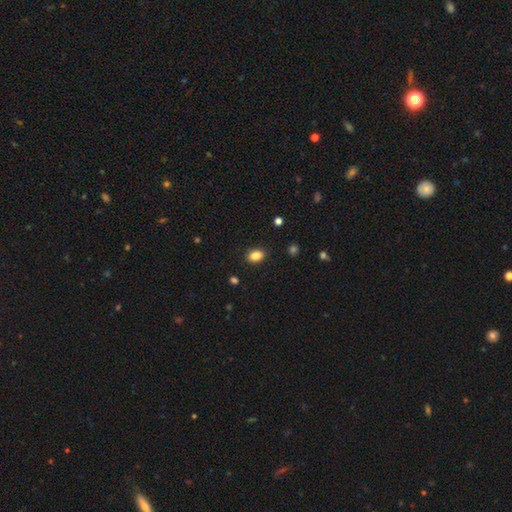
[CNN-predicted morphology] The model was most divided on "how rounded": in between: 80%, round: 18%, cigar-shaped: 1%. More confident: merging — none (87%); smooth or featured — smooth (85%).